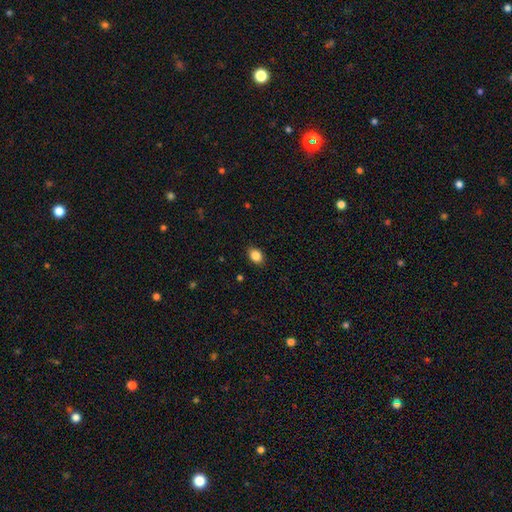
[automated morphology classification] The model was most divided on "how rounded": in between: 73%, round: 26%, cigar-shaped: 1%. More confident: merging — none (88%); smooth or featured — smooth (87%).